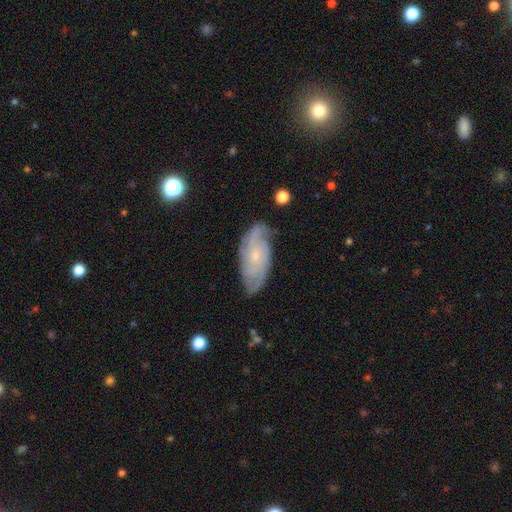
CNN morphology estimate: Smooth or featured? Predicted: featured or disk (p=0.80). Edge-on disk? Predicted: no (p=0.94). Bar? Predicted: no (p=0.72). Spiral arms? Predicted: yes (p=0.95). Spiral winding? Predicted: tight (p=0.53). Spiral arm count? Predicted: 2 (p=0.27). Bulge size? Predicted: small (p=0.74). Merging? Predicted: none (p=0.76).